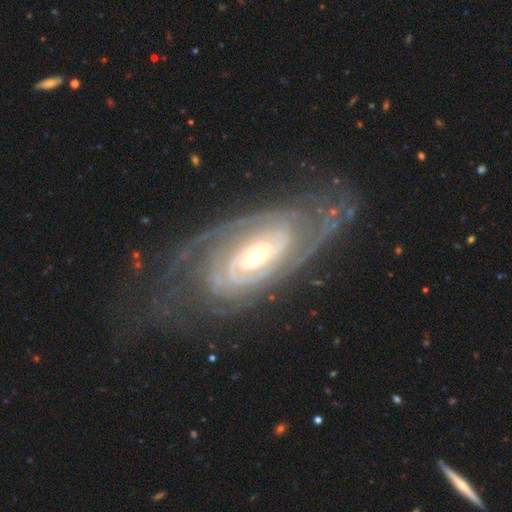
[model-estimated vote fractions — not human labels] featured or disk 90%, star or artifact 5%, smooth 5%. Down the decision tree: edge-on disk — no (94%); bar — no (49%); spiral arms — yes (97%); spiral arm count — 2 (36%); spiral winding — tight (72%); bulge size — small (52%); merging — none (70%).